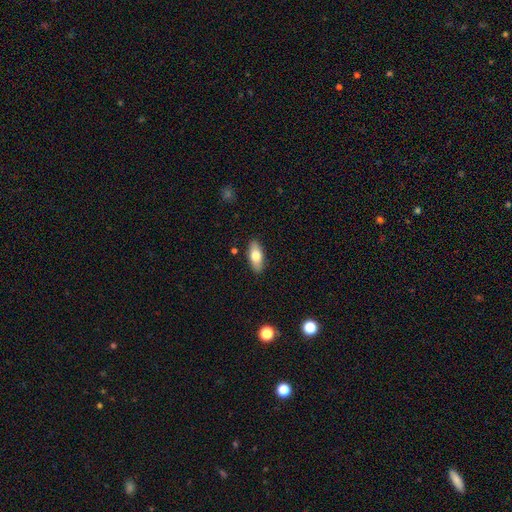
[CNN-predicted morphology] Smooth or featured? smooth (73%)
How rounded? in between (83%)
Merging? none (88%)